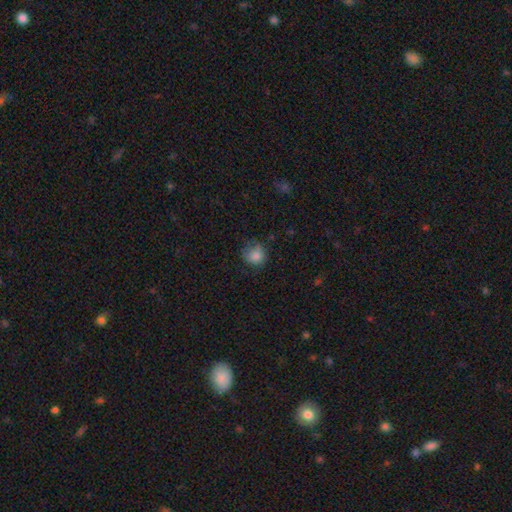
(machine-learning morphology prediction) smooth_or_featured: smooth (p=0.82) [alt: star or artifact p=0.10]
how_rounded: round (p=0.80) [alt: in between p=0.19]
merging: none (p=0.58) [alt: minor disturbance p=0.29]